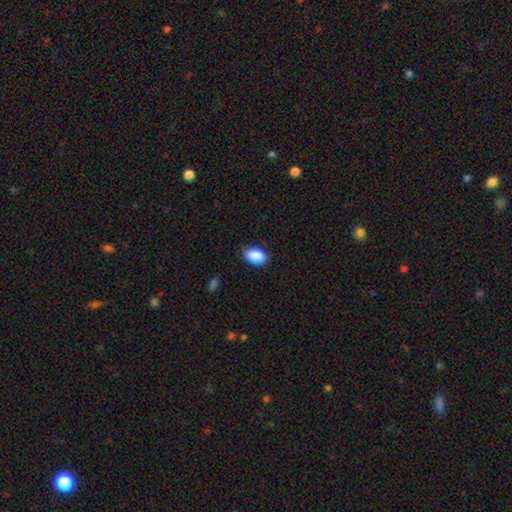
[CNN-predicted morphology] Smooth or featured?
  - smooth: 89% *
  - star or artifact: 7%
  - featured or disk: 4%
How rounded?
  - in between: 90% *
  - round: 8%
  - cigar-shaped: 1%
Merging?
  - none: 83% *
  - minor disturbance: 13%
  - major disturbance: 2%
  - merger: 1%